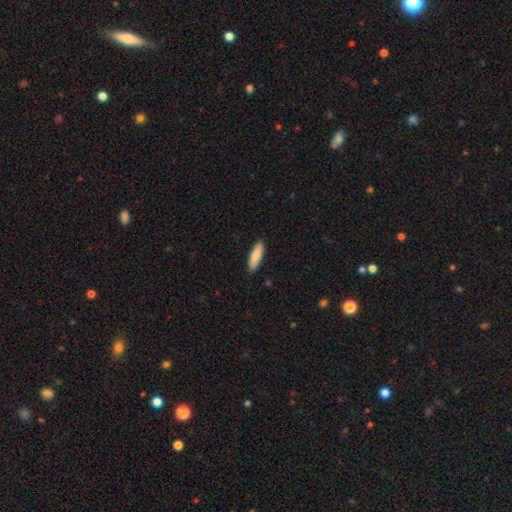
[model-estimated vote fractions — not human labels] Smooth or featured? smooth (83%)
How rounded? cigar-shaped (66%)
Merging? none (90%)